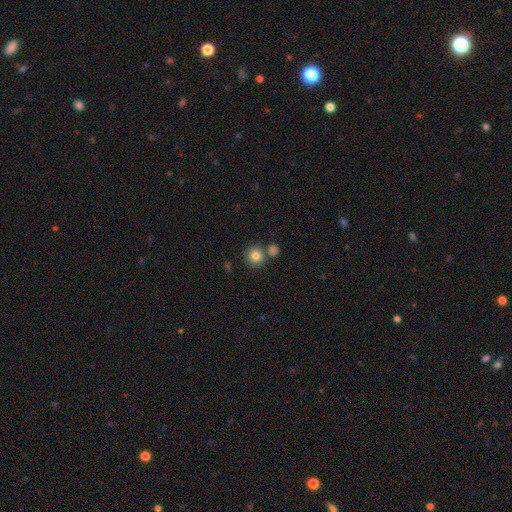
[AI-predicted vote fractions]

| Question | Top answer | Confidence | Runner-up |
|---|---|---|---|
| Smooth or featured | smooth | 82% | star or artifact (10%) |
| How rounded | round | 90% | in between (9%) |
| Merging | none | 70% | merger (17%) |